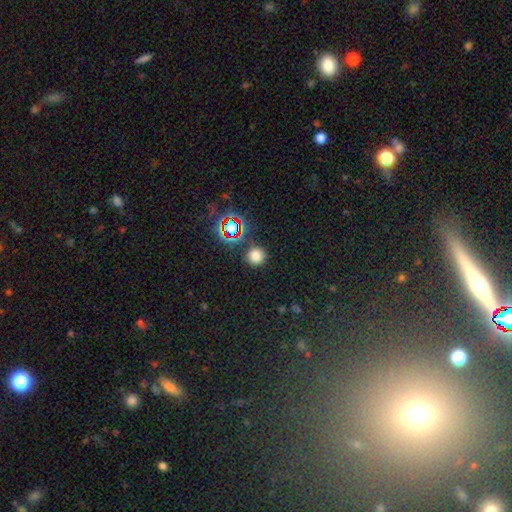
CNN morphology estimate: Smooth or featured: smooth — 73% (star or artifact — 22%)
How rounded: round — 94% (in between — 5%)
Merging: none — 87% (minor disturbance — 7%)